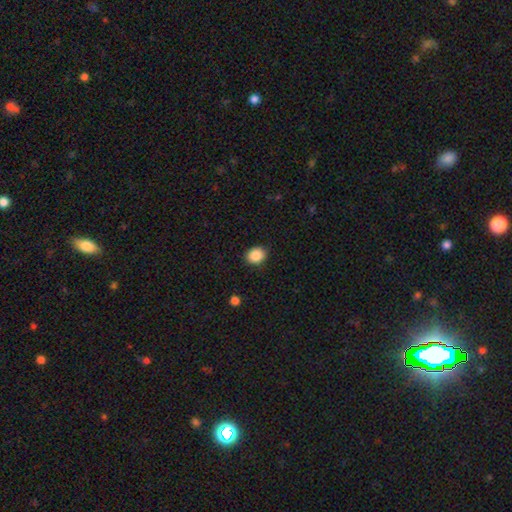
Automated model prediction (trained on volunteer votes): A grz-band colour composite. It shows a smooth galaxy with no disk features (87%) that is round (60%). Merging: none (88%).